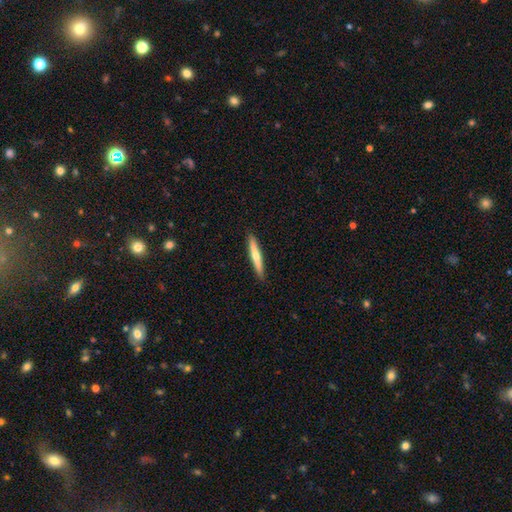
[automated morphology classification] type=featured or disk (48%); merging=none (91%).